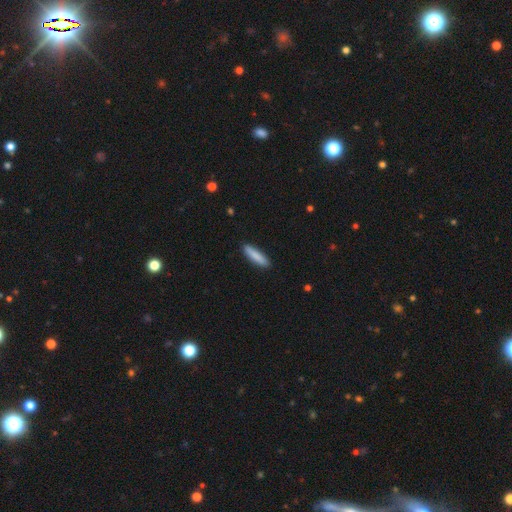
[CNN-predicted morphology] This is clearly a smooth galaxy (85%). How rounded: clearly cigar-shaped (81%). Merging: clearly none (90%).